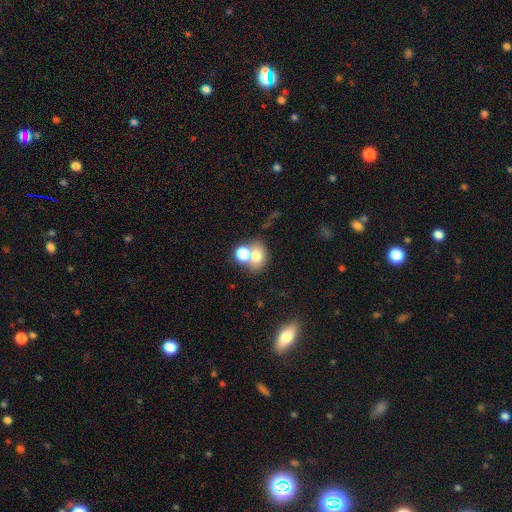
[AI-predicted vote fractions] A smooth galaxy with no disk features (72%) that is round (53%). Merging: merger (48%).